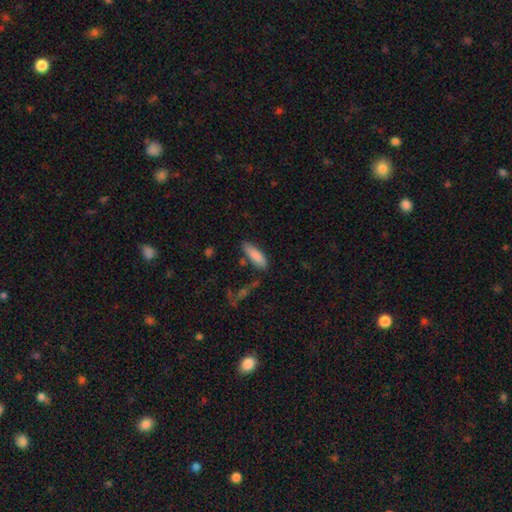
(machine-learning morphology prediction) Smooth or featured: smooth — 85% (featured or disk — 8%)
How rounded: cigar-shaped — 51% (in between — 48%)
Merging: none — 76% (minor disturbance — 16%)